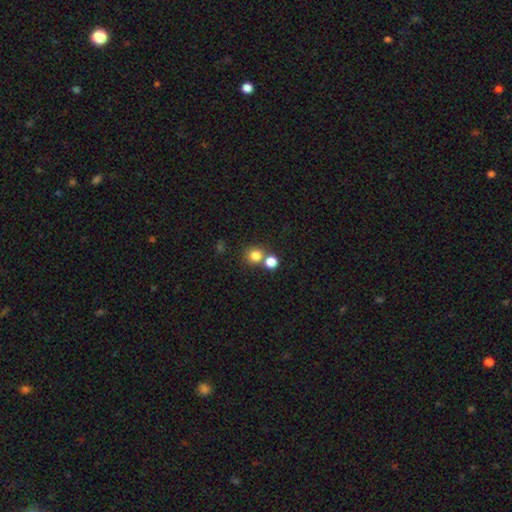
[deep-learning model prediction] smooth-or-featured: smooth: 81% | star or artifact: 13% | featured or disk: 6%
  how-rounded: round: 88% | in between: 11% | cigar-shaped: 1%
  merging: none: 63% | merger: 28% | minor disturbance: 6% | major disturbance: 3%